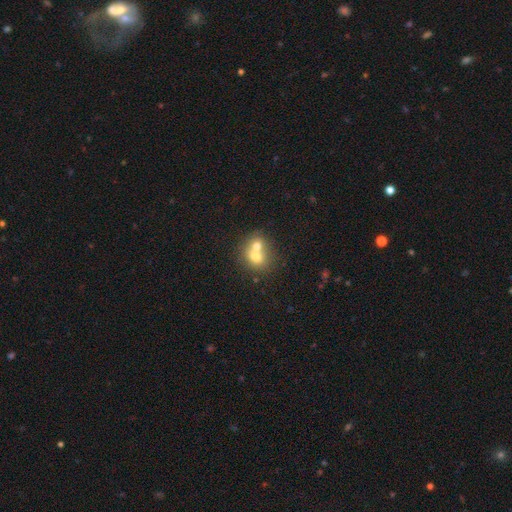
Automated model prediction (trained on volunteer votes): Q: Smooth or featured?
A: smooth (67%); runner-up: featured or disk (22%)
Q: How rounded?
A: round (64%); runner-up: in between (35%)
Q: Merging?
A: merger (69%); runner-up: none (23%)